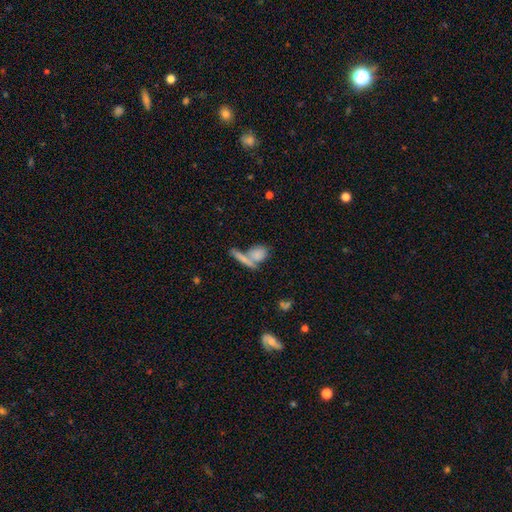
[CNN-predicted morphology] Smooth or featured? Predicted: smooth (p=0.77). How rounded? Predicted: in between (p=0.45). Merging? Predicted: none (p=0.44).